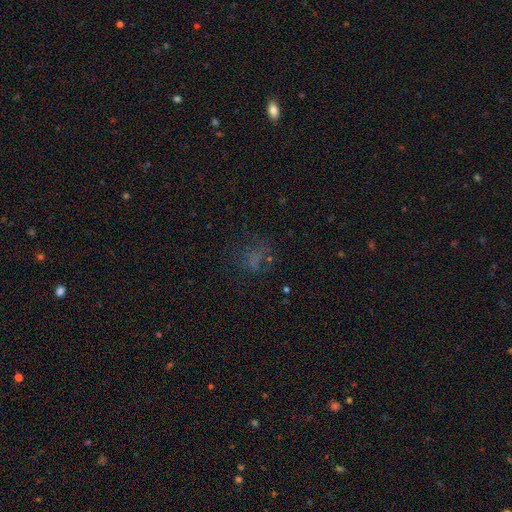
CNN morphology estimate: This appears to be a smooth galaxy with no disk features (40%). Merging: none (58%).